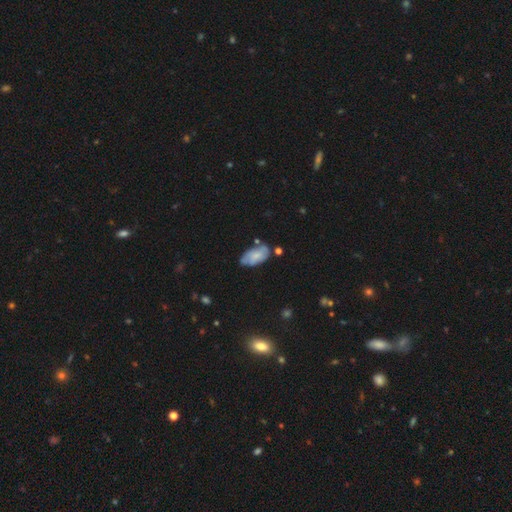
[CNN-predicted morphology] Overall: smooth (61%; featured or disk 32%). How rounded: in between (93%). Merging: none (58%; minor disturbance 28%).